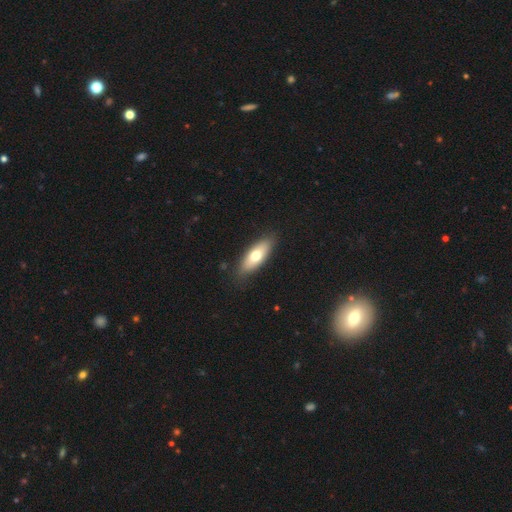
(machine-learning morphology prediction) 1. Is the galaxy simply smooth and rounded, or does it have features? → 67% smooth, 27% featured or disk, 6% star or artifact.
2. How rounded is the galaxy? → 70% in between, 28% cigar-shaped, 2% round.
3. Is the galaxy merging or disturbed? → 85% none, 11% minor disturbance, 2% major disturbance, 1% merger.